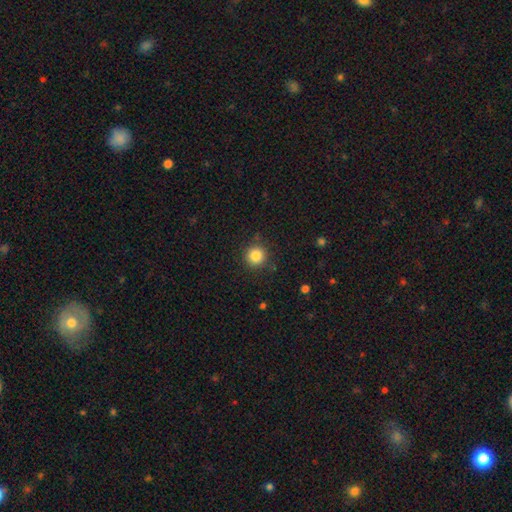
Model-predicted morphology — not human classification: A smooth galaxy with no disk features (85%) that is round (94%).

Vote fractions:
- Smooth or featured? smooth: 85% / star or artifact: 10% / featured or disk: 4%
- How rounded? round: 94% / in between: 5% / cigar-shaped: 1%
- Merging? none: 88% / minor disturbance: 8% / major disturbance: 3% / merger: 2%